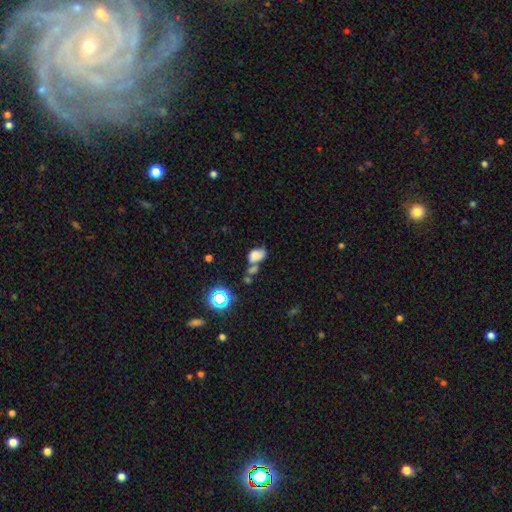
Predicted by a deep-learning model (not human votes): smooth 74%, star or artifact 15%, featured or disk 11%. Down the decision tree: how rounded — in between (84%); merging — merger (43%).